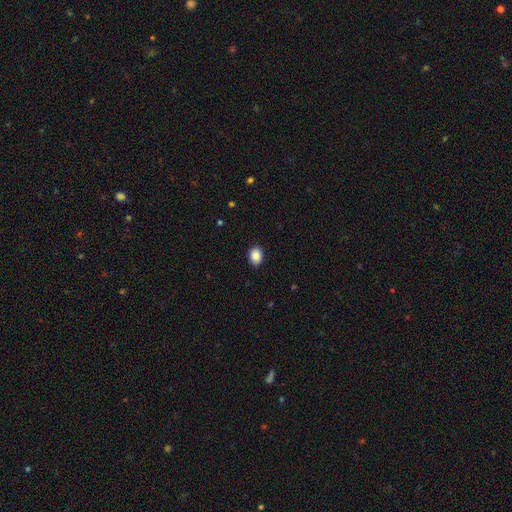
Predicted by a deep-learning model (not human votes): Overall: smooth (89%). How rounded: in between (66%; round 33%). Merging: none (89%).